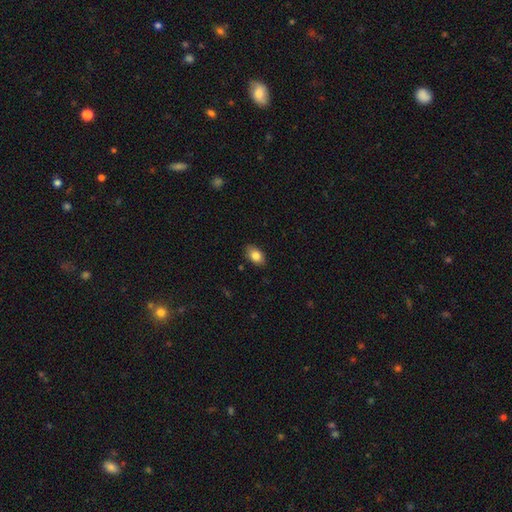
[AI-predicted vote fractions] Smooth or featured? Predicted: smooth (p=0.83). How rounded? Predicted: in between (p=0.89). Merging? Predicted: none (p=0.86).